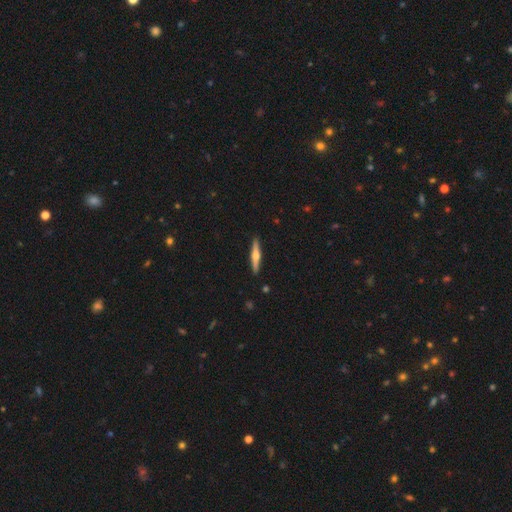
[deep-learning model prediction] The model was most divided on "smooth or featured": featured or disk: 64%, smooth: 31%, star or artifact: 5%. More confident: edge-on disk — yes (98%); merging — none (91%); edge-on bulge — rounded (91%).